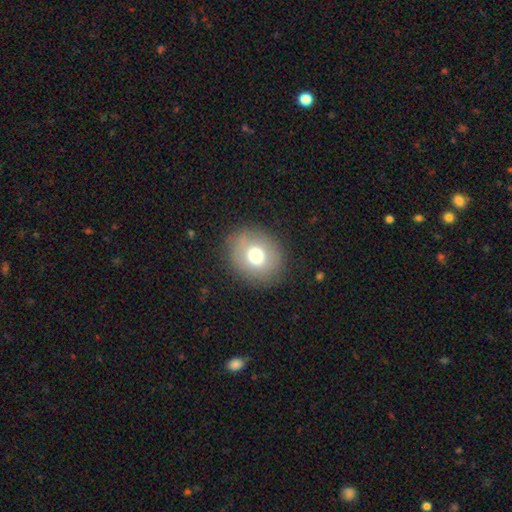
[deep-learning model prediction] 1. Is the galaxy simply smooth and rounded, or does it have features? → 71% smooth, 17% featured or disk, 12% star or artifact.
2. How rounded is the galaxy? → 76% round, 23% in between, 1% cigar-shaped.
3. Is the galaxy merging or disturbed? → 85% none, 10% minor disturbance, 4% major disturbance, 1% merger.